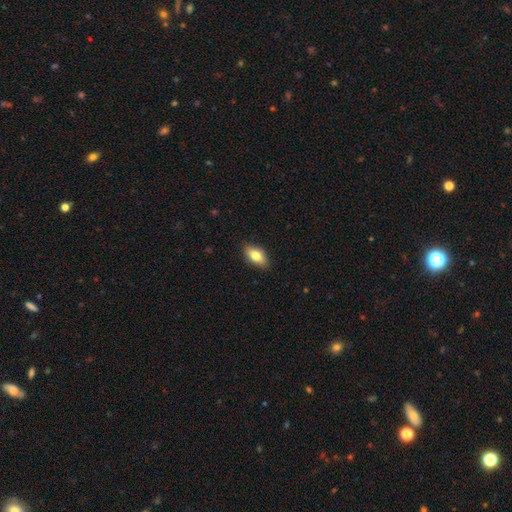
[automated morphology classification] smooth_or_featured: smooth (p=0.76) [alt: featured or disk p=0.17]
how_rounded: in between (p=0.87) [alt: cigar-shaped p=0.08]
merging: none (p=0.87) [alt: minor disturbance p=0.10]